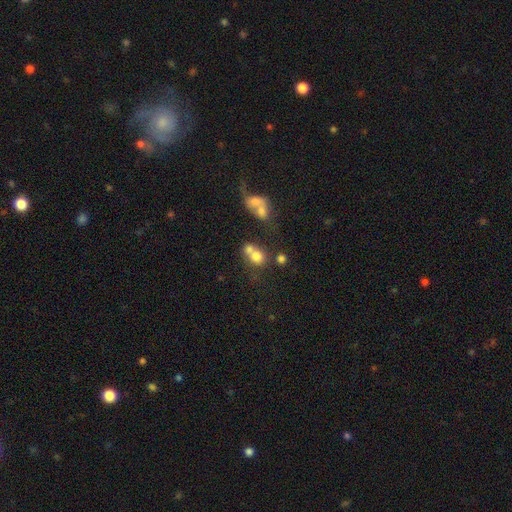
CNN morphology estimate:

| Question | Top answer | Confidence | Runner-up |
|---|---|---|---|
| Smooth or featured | smooth | 73% | featured or disk (14%) |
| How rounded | round | 69% | in between (29%) |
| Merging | merger | 54% | none (32%) |